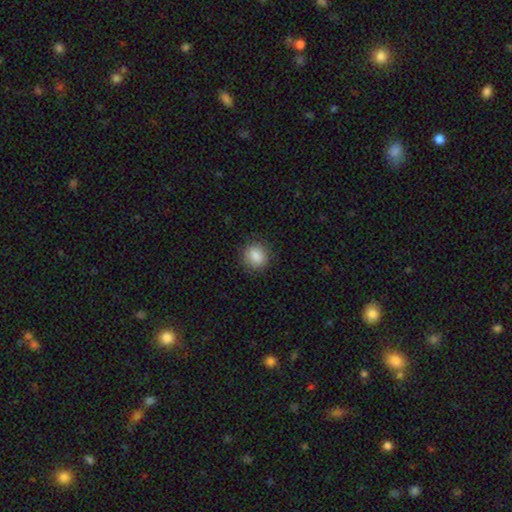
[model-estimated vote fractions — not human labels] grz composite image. It shows a smooth galaxy with no disk features (87%) that is round (78%). Merging: none (87%).